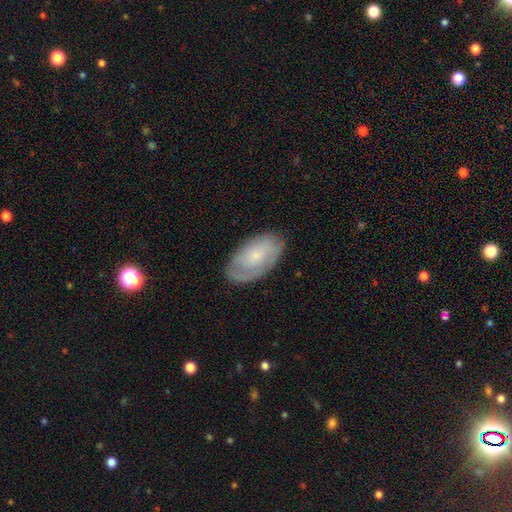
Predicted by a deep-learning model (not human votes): The model was most divided on "smooth or featured": featured or disk: 52%, smooth: 41%, star or artifact: 7%. More confident: edge-on disk — no (94%); merging — none (75%).